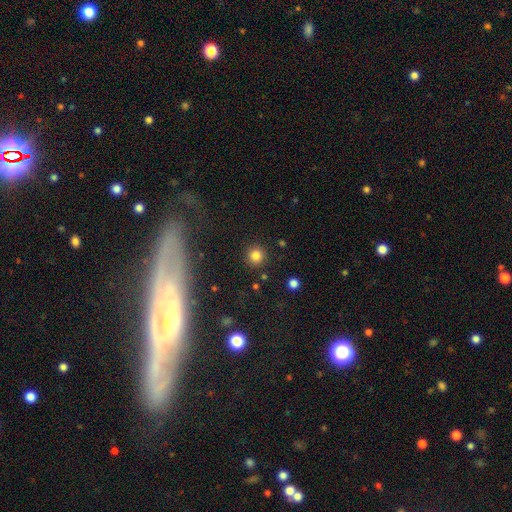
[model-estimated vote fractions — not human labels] Smooth or featured?
  - smooth: 81% *
  - star or artifact: 14%
  - featured or disk: 5%
How rounded?
  - round: 94% *
  - in between: 5%
  - cigar-shaped: 1%
Merging?
  - none: 90% *
  - minor disturbance: 5%
  - major disturbance: 2%
  - merger: 2%